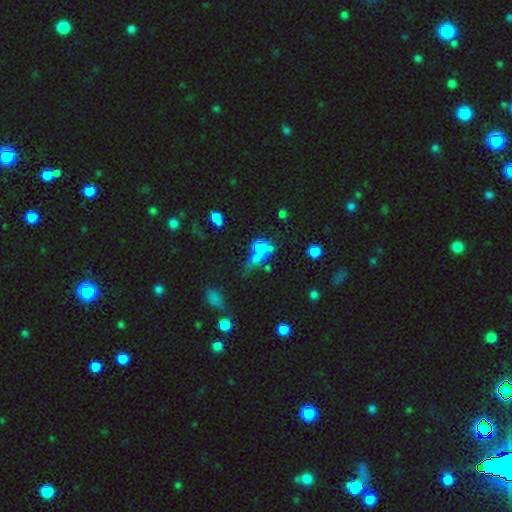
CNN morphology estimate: Smooth or featured? Predicted: smooth (p=0.54). How rounded? Predicted: round (p=0.44). Merging? Predicted: major disturbance (p=0.28, tied with none).